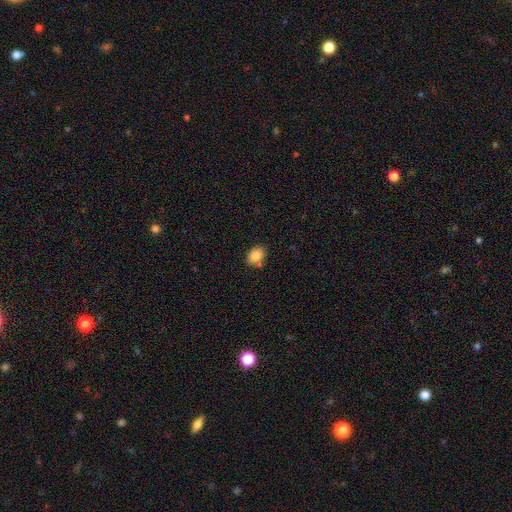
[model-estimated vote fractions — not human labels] Morphology: type=smooth (85%); roundness=in between (70%); merging=none (77%).